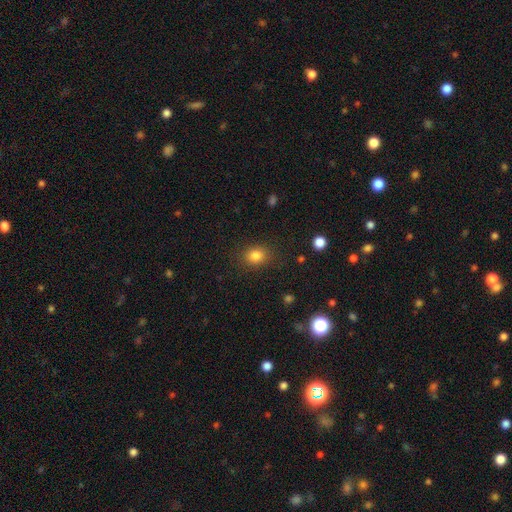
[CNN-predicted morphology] This appears to be a smooth galaxy with no disk features (82%) that is round (56%). Merging: none (84%).